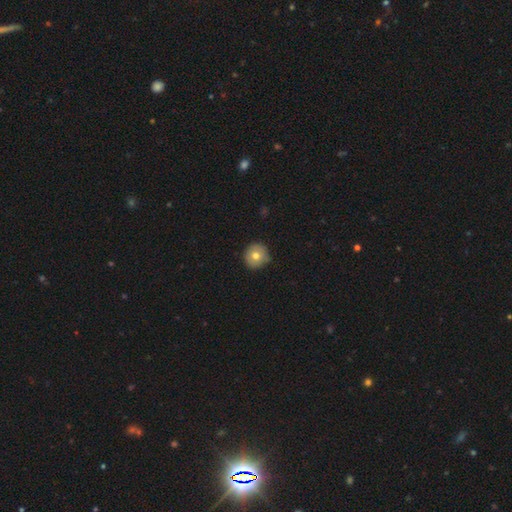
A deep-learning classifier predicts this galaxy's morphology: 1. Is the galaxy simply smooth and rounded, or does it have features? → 74% smooth, 17% featured or disk, 9% star or artifact.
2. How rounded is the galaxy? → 92% round, 7% in between, 1% cigar-shaped.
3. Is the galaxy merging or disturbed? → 84% none, 12% minor disturbance, 2% major disturbance, 1% merger.